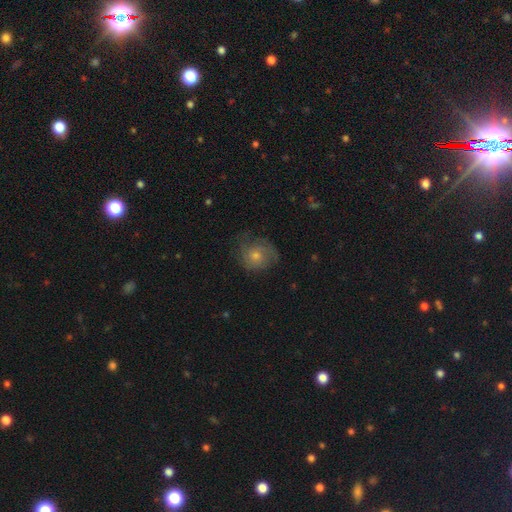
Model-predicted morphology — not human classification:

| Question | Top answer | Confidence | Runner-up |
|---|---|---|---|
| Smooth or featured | featured or disk | 47% | smooth (41%) |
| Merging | none | 66% | minor disturbance (22%) |